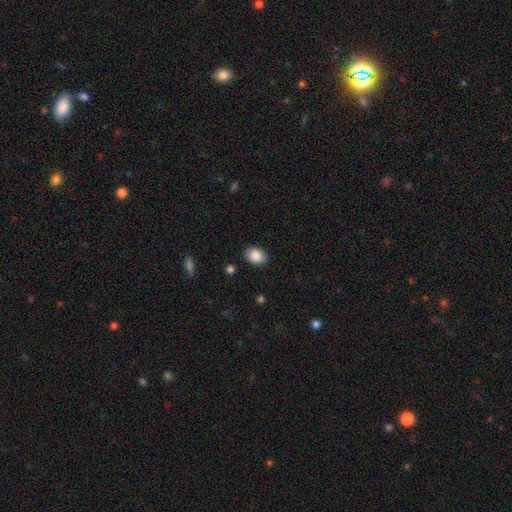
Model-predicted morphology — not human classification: Overall: smooth (88%). How rounded: in between (73%). Merging: none (86%).